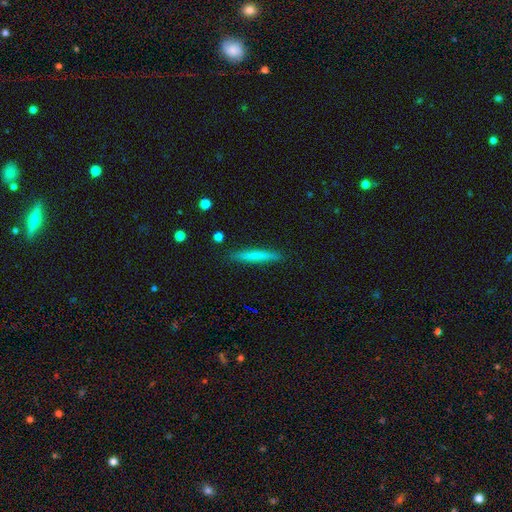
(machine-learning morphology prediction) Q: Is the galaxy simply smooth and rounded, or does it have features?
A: smooth — 70%.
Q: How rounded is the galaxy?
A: cigar-shaped — 95%.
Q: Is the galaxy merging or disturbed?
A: none — 89%.